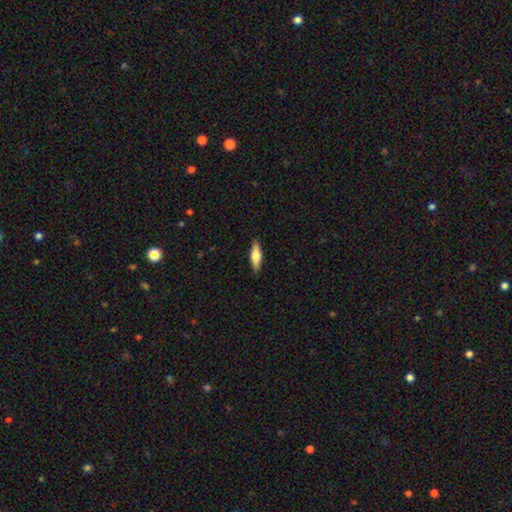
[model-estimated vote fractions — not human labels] smooth-or-featured: smooth: 62% | featured or disk: 32% | star or artifact: 6%
  how-rounded: cigar-shaped: 54% | in between: 43% | round: 2%
  merging: none: 89% | minor disturbance: 8% | major disturbance: 2% | merger: 1%